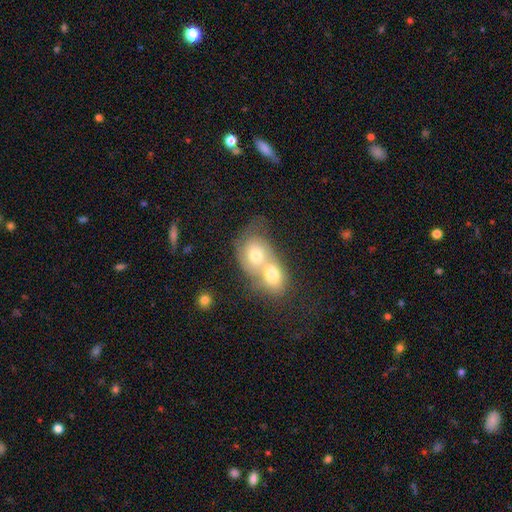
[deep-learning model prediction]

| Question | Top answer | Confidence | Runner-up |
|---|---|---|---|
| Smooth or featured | smooth | 56% | featured or disk (36%) |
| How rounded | in between | 51% | round (47%) |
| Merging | merger | 76% | none (13%) |